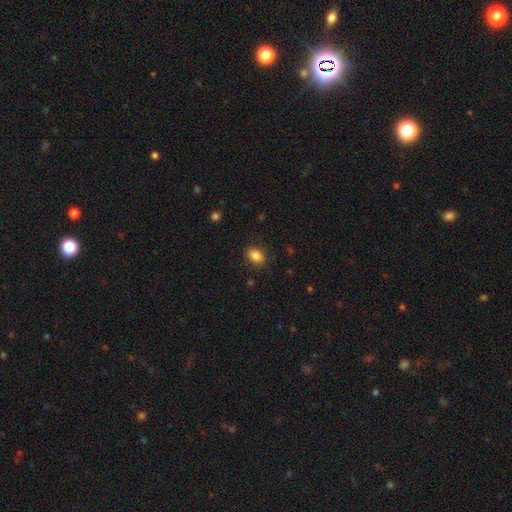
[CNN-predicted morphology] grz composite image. It shows a smooth galaxy with no disk features (84%) that is in between round and cigar-shaped (65%). Merging: none (86%).